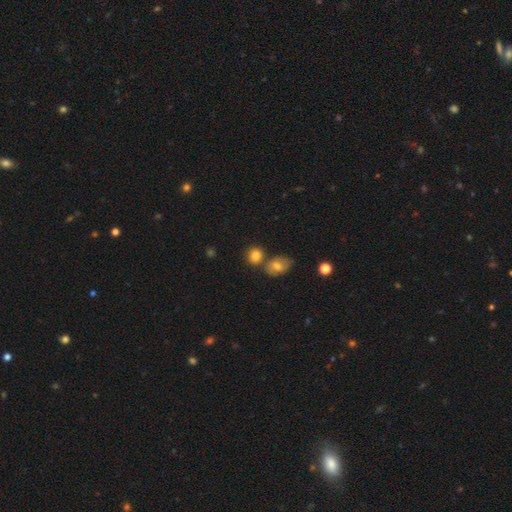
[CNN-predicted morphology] Overall: smooth (84%). How rounded: round (60%; in between 39%). Merging: none (60%; merger 25%).